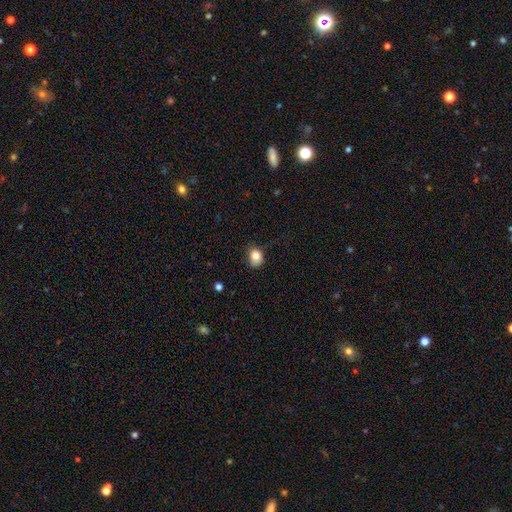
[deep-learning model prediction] smooth_or_featured: smooth (p=0.82) [alt: star or artifact p=0.10]
how_rounded: in between (p=0.50) [alt: round p=0.49]
merging: none (p=0.60) [alt: minor disturbance p=0.29]